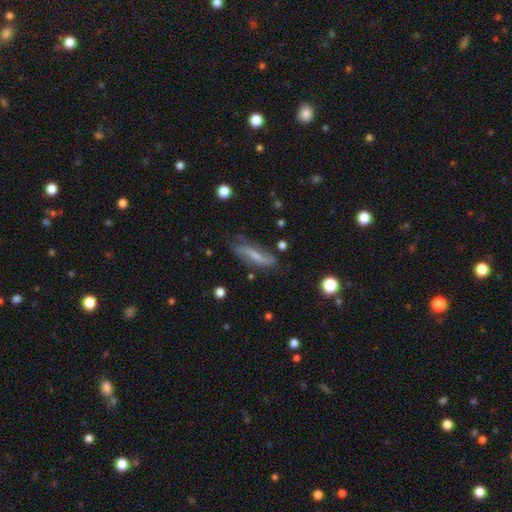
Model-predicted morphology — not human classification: Overall: featured or disk (65%; smooth 28%). Edge-on disk: no (68%; yes 32%). Merging: none (61%; minor disturbance 26%).